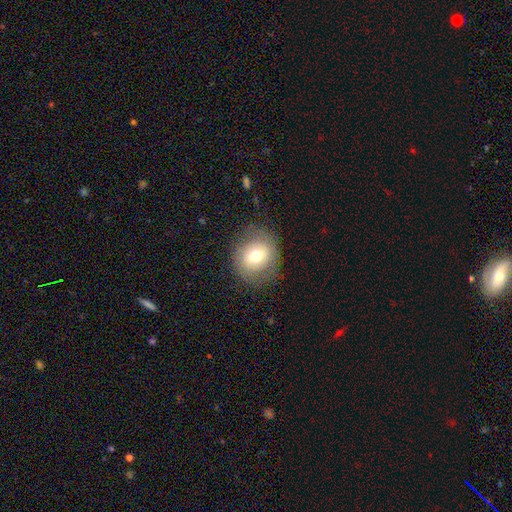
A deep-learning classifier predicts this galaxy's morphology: A smooth galaxy with no disk features (68%) that is round (72%).

Vote fractions:
- Smooth or featured? smooth: 68% / featured or disk: 23% / star or artifact: 10%
- How rounded? round: 72% / in between: 27% / cigar-shaped: 1%
- Merging? none: 79% / minor disturbance: 14% / major disturbance: 6% / merger: 1%